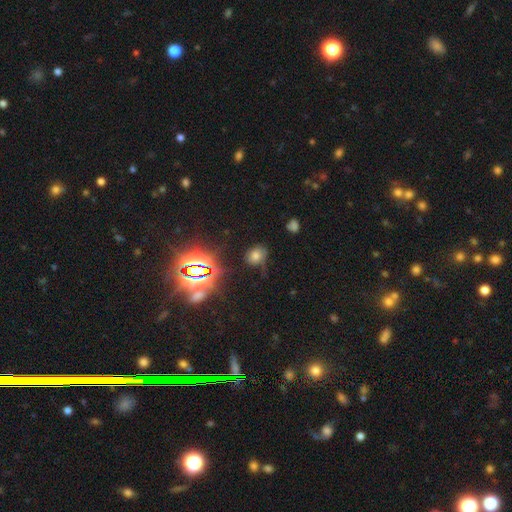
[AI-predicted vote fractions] A smooth galaxy with no disk features (60%) that is in between round and cigar-shaped (51%).

Vote fractions:
- Smooth or featured? smooth: 60% / star or artifact: 29% / featured or disk: 11%
- How rounded? in between: 51% / round: 48% / cigar-shaped: 1%
- Merging? none: 64% / minor disturbance: 23% / major disturbance: 10% / merger: 3%